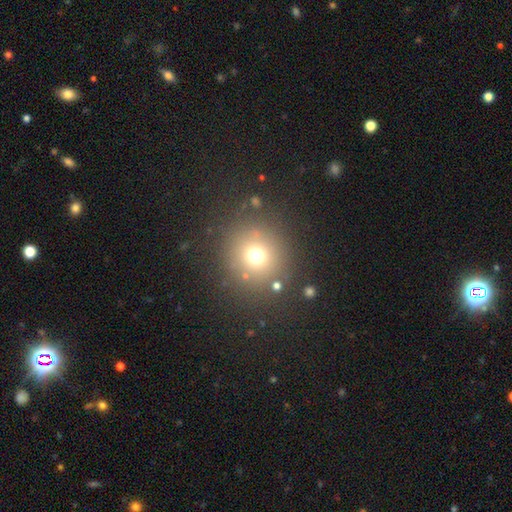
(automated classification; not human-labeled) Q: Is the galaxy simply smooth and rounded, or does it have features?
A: smooth — 70%.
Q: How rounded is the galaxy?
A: round — 92%.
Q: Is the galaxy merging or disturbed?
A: none — 82%.